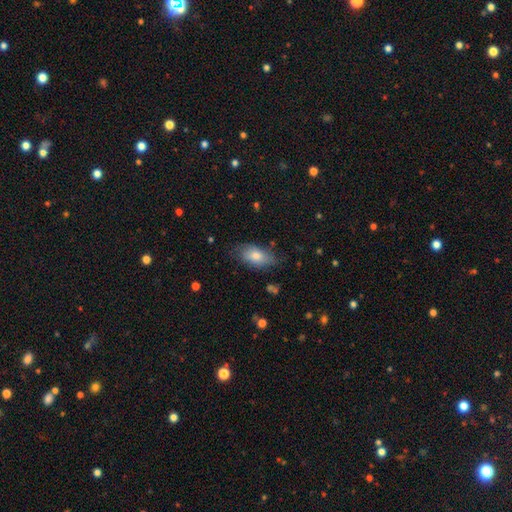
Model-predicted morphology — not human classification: Smooth or featured? Predicted: smooth (p=0.73). How rounded? Predicted: in between (p=0.88). Merging? Predicted: none (p=0.73).